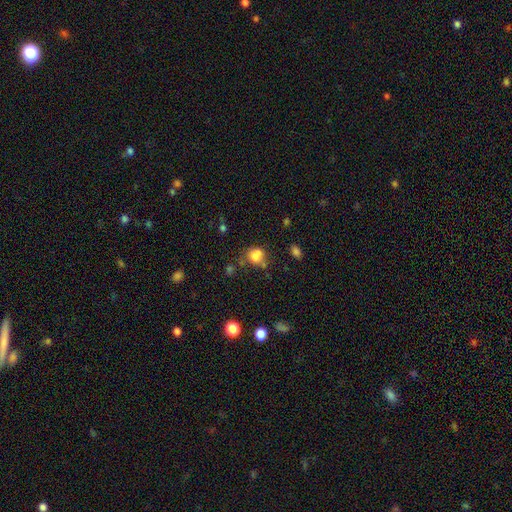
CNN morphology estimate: Smooth or featured? smooth (78%)
How rounded? round (64%)
Merging? none (48%)